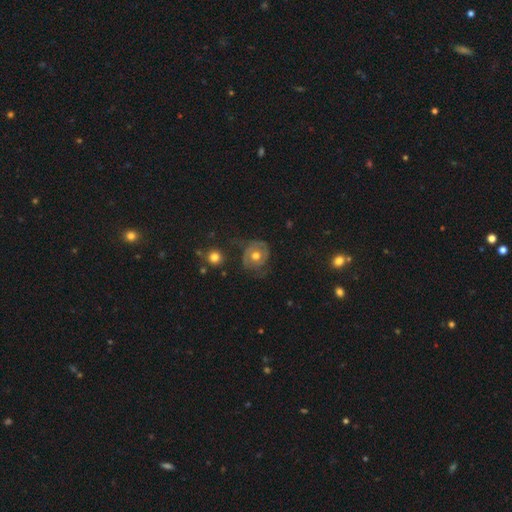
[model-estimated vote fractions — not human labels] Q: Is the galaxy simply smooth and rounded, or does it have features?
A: featured or disk — 53%.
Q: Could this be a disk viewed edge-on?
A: no — 96%.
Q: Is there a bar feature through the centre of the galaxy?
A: no — 85%.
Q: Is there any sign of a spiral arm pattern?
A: yes — 59%.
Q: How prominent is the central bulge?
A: moderate — 80%.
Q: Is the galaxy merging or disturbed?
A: none — 51%.